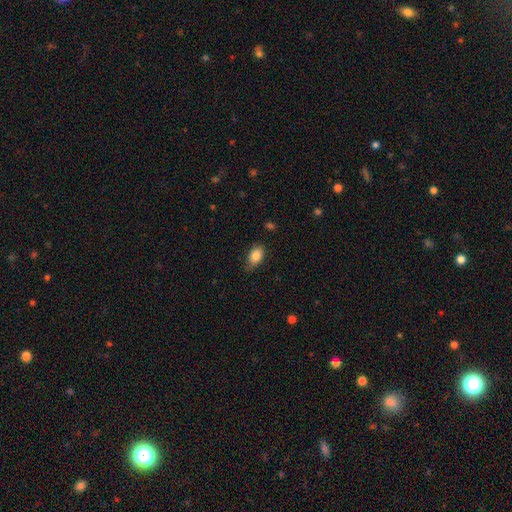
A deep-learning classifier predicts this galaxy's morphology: A smooth galaxy with no disk features (85%) that is in between round and cigar-shaped (85%).

Vote fractions:
- Smooth or featured? smooth: 85% / star or artifact: 8% / featured or disk: 7%
- How rounded? in between: 85% / round: 12% / cigar-shaped: 3%
- Merging? none: 66% / minor disturbance: 28% / major disturbance: 5% / merger: 1%